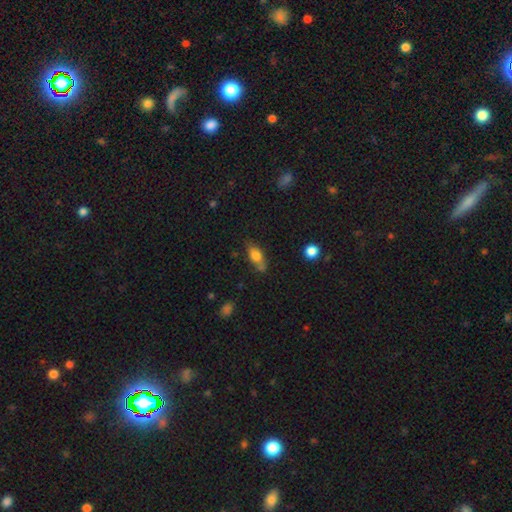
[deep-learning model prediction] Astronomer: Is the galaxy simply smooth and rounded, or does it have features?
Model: smooth — 72%.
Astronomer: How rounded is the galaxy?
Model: in between — 78%.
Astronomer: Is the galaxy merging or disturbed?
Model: none — 61%.